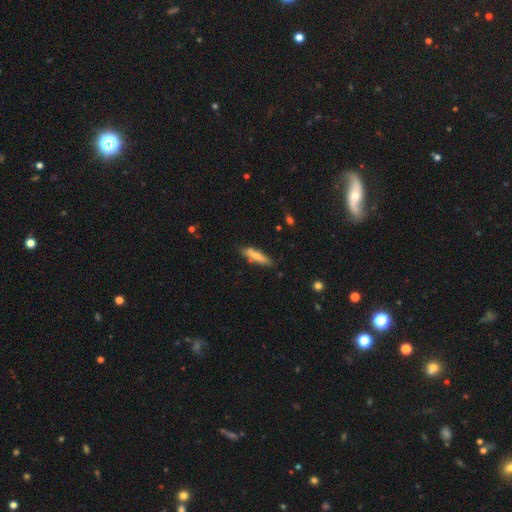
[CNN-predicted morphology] Smooth or featured?
  - smooth: 68% *
  - featured or disk: 26%
  - star or artifact: 6%
How rounded?
  - cigar-shaped: 80% *
  - in between: 18%
  - round: 2%
Merging?
  - none: 77% *
  - minor disturbance: 17%
  - major disturbance: 3%
  - merger: 3%